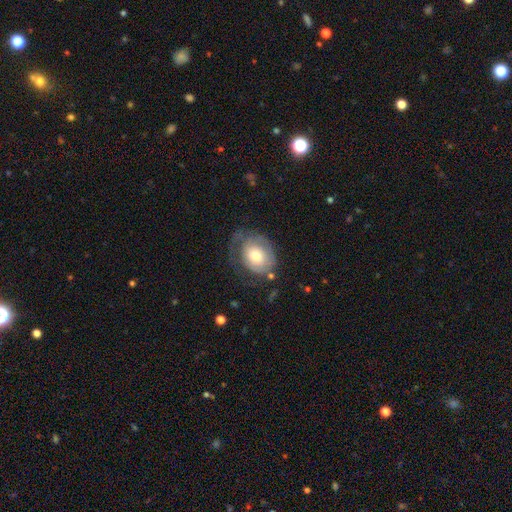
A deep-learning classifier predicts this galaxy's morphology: Smooth or featured: featured or disk — 47% (smooth — 46%)
Merging: none — 44% (minor disturbance — 26%)